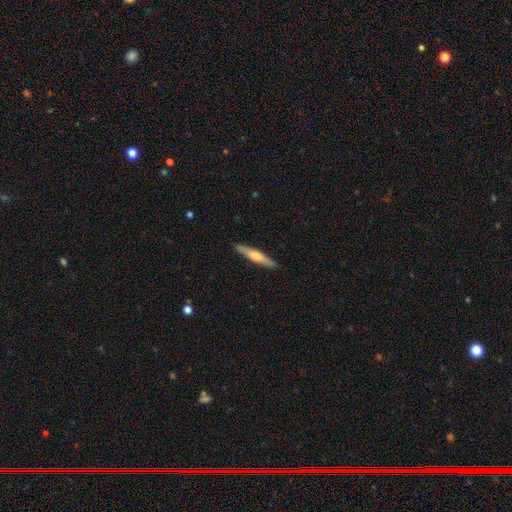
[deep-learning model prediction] Q: Smooth or featured?
A: featured or disk (55%); runner-up: smooth (40%)
Q: Edge-on disk?
A: yes (96%); runner-up: no (4%)
Q: Edge-on bulge?
A: rounded (84%); runner-up: boxy (9%)
Q: Merging?
A: none (91%); runner-up: minor disturbance (7%)